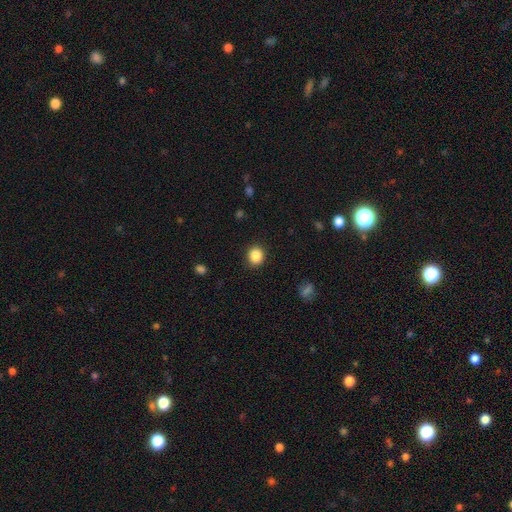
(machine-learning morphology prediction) Smooth or featured: smooth — 87% (star or artifact — 10%)
How rounded: round — 79% (in between — 21%)
Merging: none — 90% (minor disturbance — 7%)